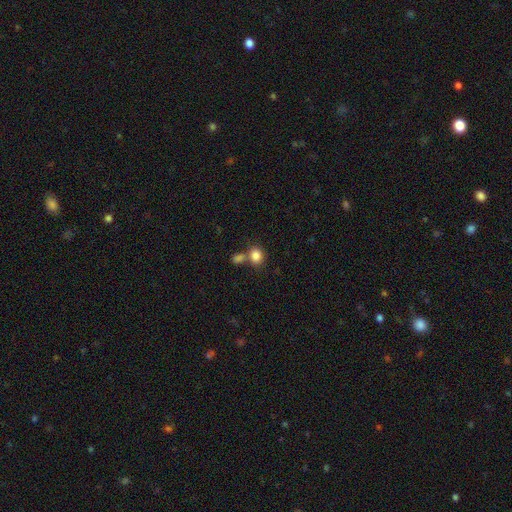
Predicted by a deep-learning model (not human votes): Smooth or featured? smooth (84%)
How rounded? round (57%)
Merging? none (51%)